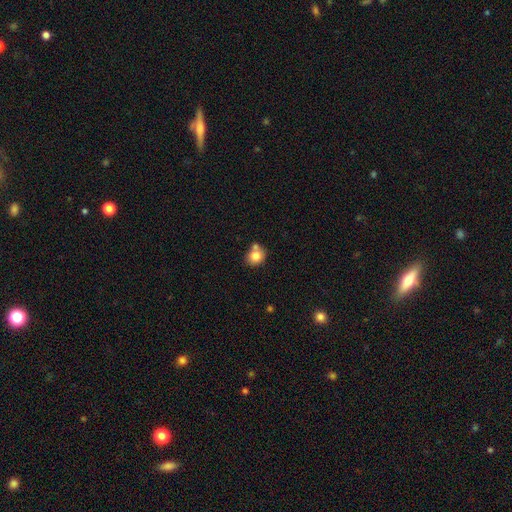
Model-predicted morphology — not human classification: A smooth galaxy with no disk features (80%) that is round (74%). Merging: none (59%).